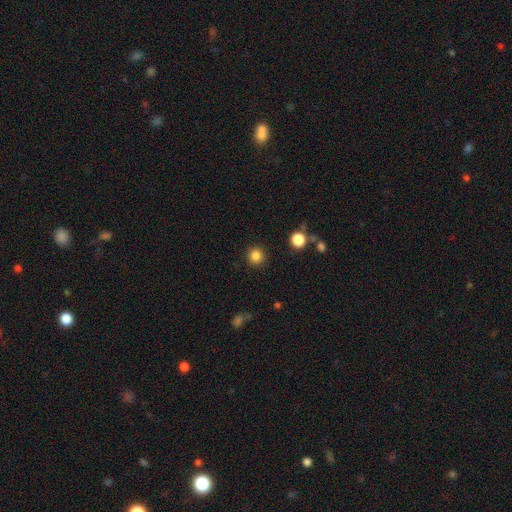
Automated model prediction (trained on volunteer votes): Smooth or featured: smooth — 84% (star or artifact — 12%)
How rounded: round — 94% (in between — 5%)
Merging: none — 91% (minor disturbance — 5%)